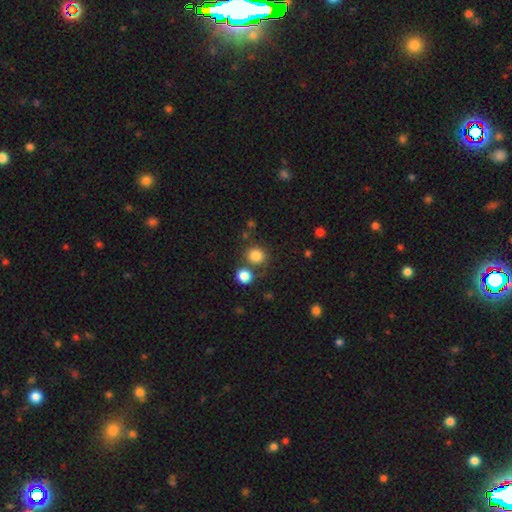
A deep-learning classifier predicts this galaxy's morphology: Q: Smooth or featured?
A: smooth (83%); runner-up: star or artifact (12%)
Q: How rounded?
A: round (86%); runner-up: in between (13%)
Q: Merging?
A: none (70%); runner-up: merger (17%)